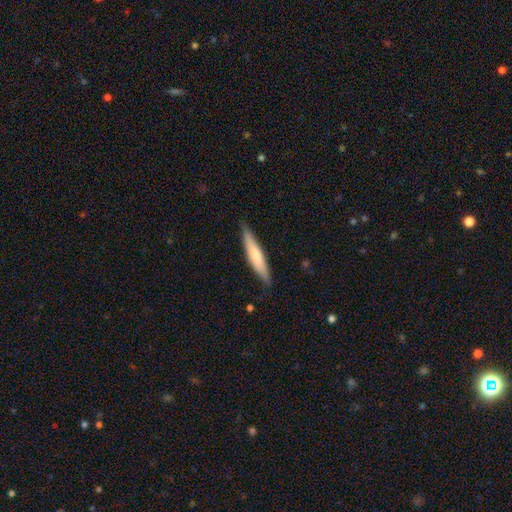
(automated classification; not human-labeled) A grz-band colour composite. It shows a smooth galaxy with no disk features (62%) that is cigar-shaped (89%). Merging: none (85%).